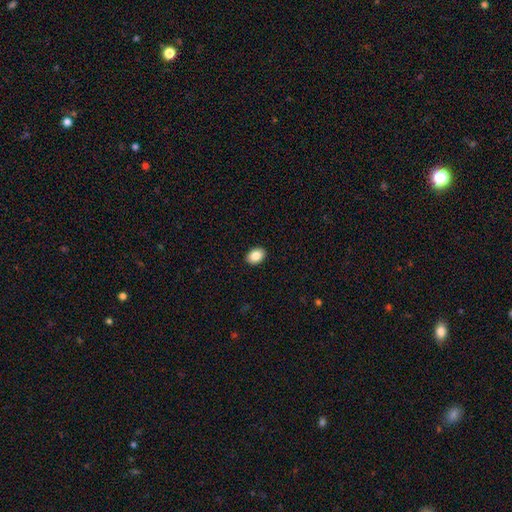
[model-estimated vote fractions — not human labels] Smooth or featured: smooth — 87% (star or artifact — 8%)
How rounded: in between — 76% (round — 23%)
Merging: none — 91% (minor disturbance — 6%)